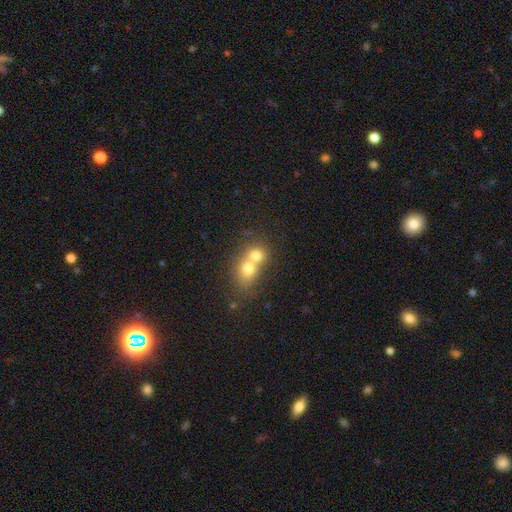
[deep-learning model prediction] A smooth galaxy with no disk features (70%) that is round (63%).

Vote fractions:
- Smooth or featured? smooth: 70% / featured or disk: 19% / star or artifact: 11%
- How rounded? round: 63% / in between: 36% / cigar-shaped: 1%
- Merging? merger: 73% / none: 20% / minor disturbance: 4% / major disturbance: 3%